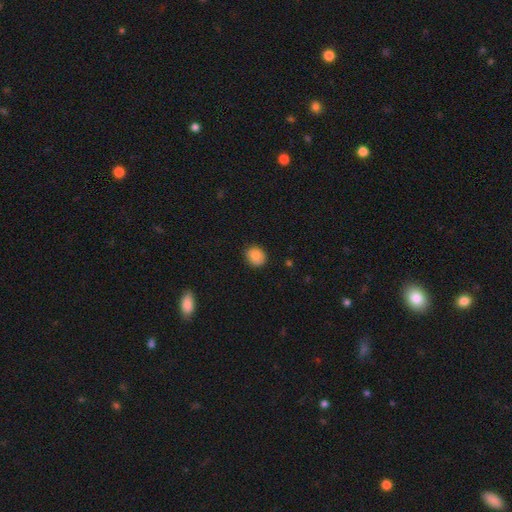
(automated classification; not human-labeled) This is clearly a smooth galaxy (87%). How rounded: likely round (74%). Merging: clearly none (87%).